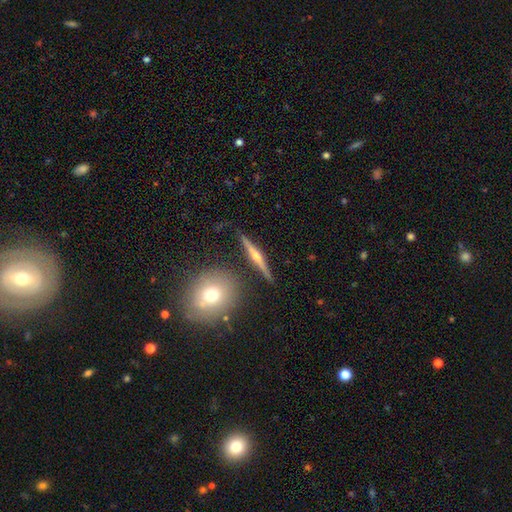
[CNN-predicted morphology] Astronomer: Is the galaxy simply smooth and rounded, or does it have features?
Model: featured or disk — 74%.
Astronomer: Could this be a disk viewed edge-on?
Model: yes — 97%.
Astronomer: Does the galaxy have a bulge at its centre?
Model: rounded — 87%.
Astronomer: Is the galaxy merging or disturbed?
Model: none — 87%.